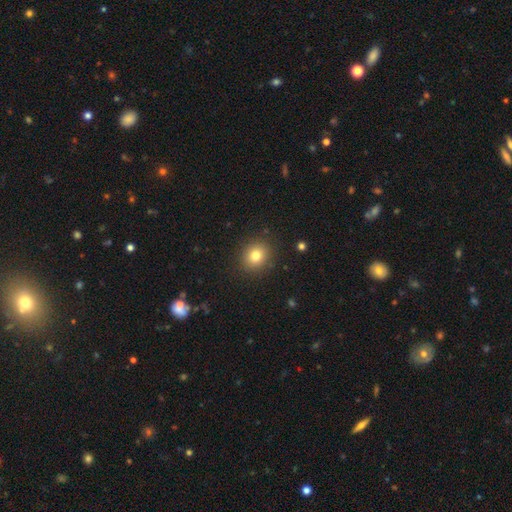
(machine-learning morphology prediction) This appears to be a smooth galaxy with no disk features (79%) that is round (77%). Merging: none (89%).